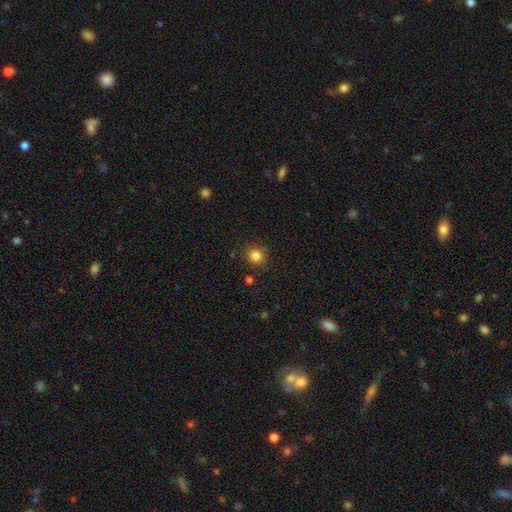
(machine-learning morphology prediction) Q: Smooth or featured?
A: smooth (83%); runner-up: star or artifact (12%)
Q: How rounded?
A: round (91%); runner-up: in between (8%)
Q: Merging?
A: none (88%); runner-up: minor disturbance (8%)